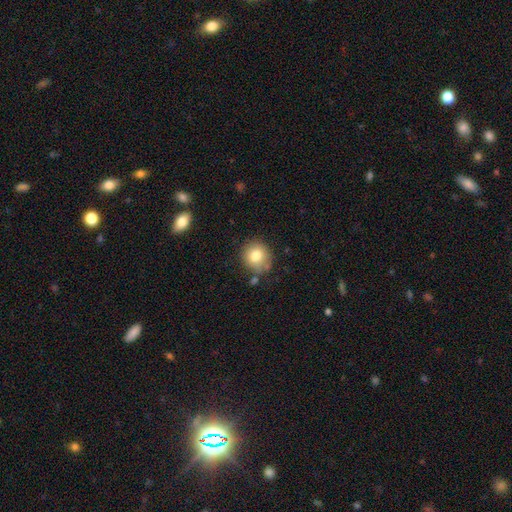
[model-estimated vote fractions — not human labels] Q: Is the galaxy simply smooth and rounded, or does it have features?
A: smooth — 80%.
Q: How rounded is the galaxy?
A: round — 89%.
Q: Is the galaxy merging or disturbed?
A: none — 79%.